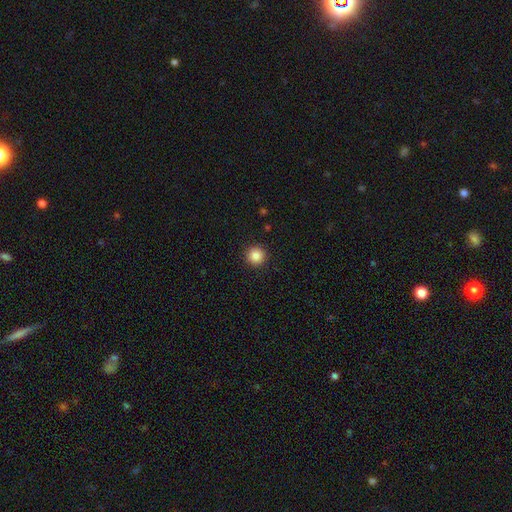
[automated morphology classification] This appears to be a smooth galaxy with no disk features (86%) that is round (96%). Merging: none (92%).